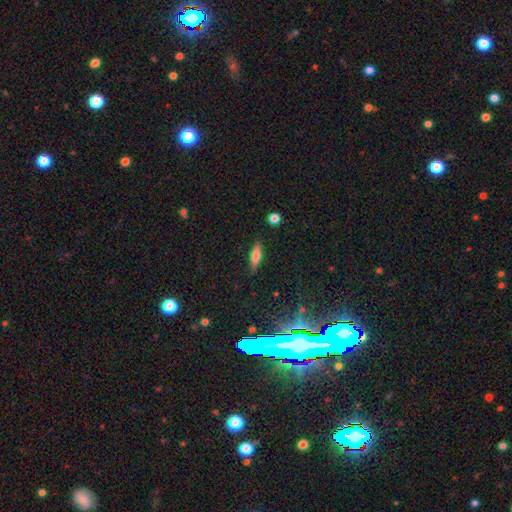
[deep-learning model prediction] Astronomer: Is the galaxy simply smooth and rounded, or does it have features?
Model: smooth — 63%.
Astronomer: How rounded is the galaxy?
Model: cigar-shaped — 56% (runner-up: in between, 42%).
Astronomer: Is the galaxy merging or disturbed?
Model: none — 86%.